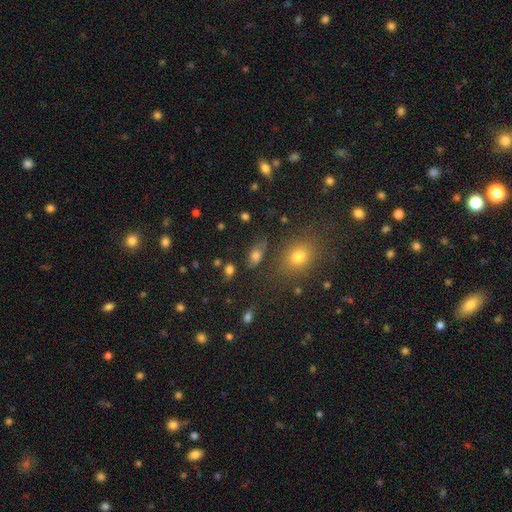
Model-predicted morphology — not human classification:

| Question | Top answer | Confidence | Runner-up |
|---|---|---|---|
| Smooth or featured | smooth | 75% | star or artifact (14%) |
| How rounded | in between | 86% | round (10%) |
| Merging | none | 69% | minor disturbance (18%) |